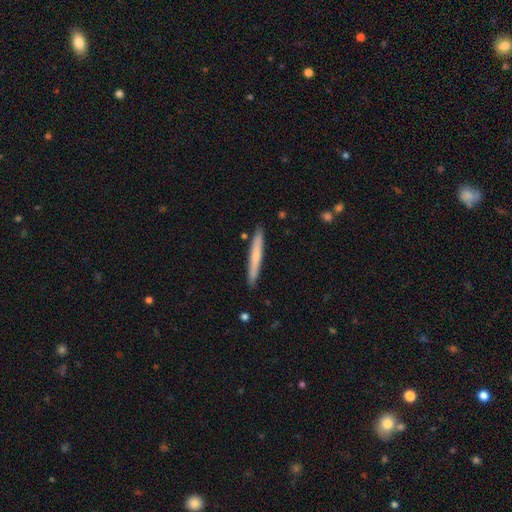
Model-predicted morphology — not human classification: A smooth galaxy with no disk features (63%) that is cigar-shaped (96%).

Vote fractions:
- Smooth or featured? smooth: 63% / featured or disk: 32% / star or artifact: 5%
- How rounded? cigar-shaped: 96% / in between: 3% / round: 1%
- Merging? none: 90% / minor disturbance: 7% / merger: 1% / major disturbance: 1%